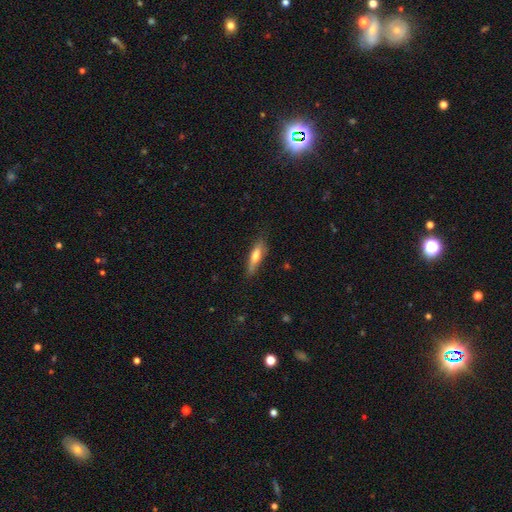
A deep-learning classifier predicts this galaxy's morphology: This is likely a smooth galaxy (64%). How rounded: likely cigar-shaped (71%). Merging: likely none (77%).